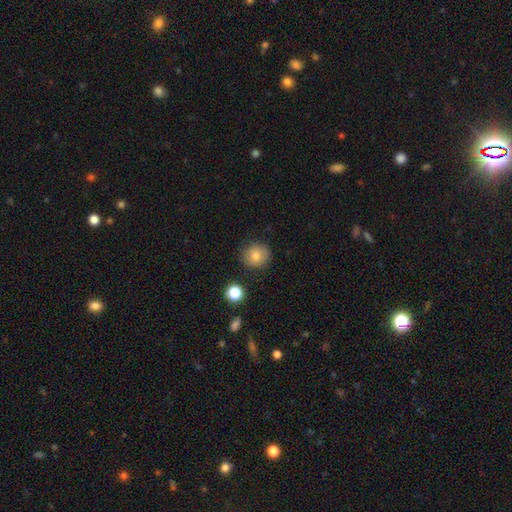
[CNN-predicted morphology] type=smooth (79%); roundness=round (90%); merging=none (87%).